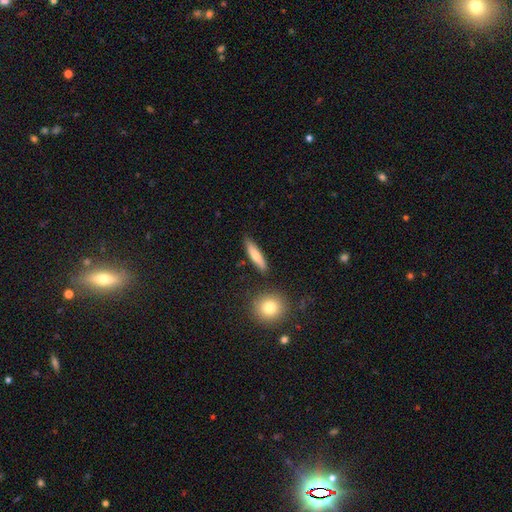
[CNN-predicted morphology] type=smooth (70%); roundness=cigar-shaped (73%); merging=none (82%).